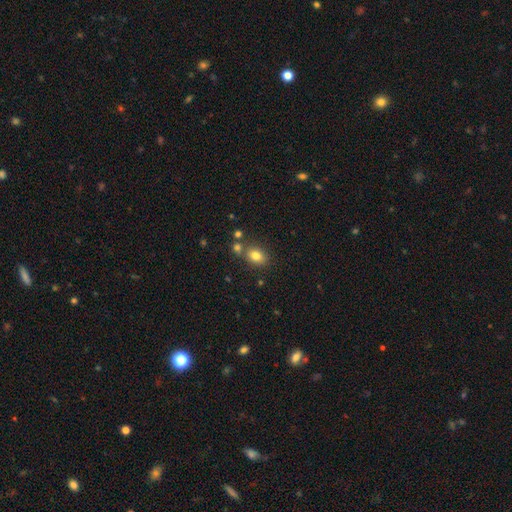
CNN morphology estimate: The model was most divided on "how rounded": in between: 66%, round: 32%, cigar-shaped: 1%. More confident: smooth or featured — smooth (80%); merging — none (68%).